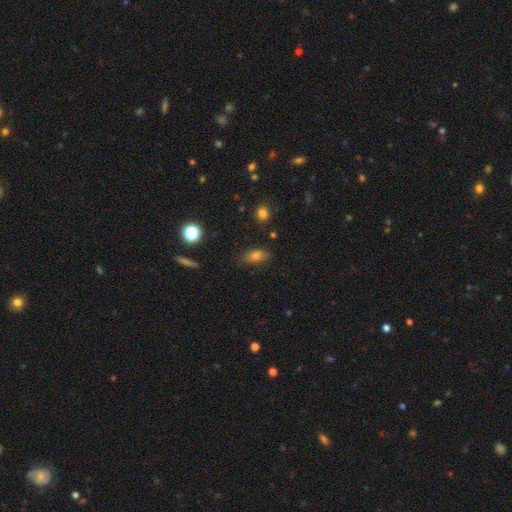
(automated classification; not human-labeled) Smooth or featured? smooth (75%)
How rounded? in between (79%)
Merging? none (81%)